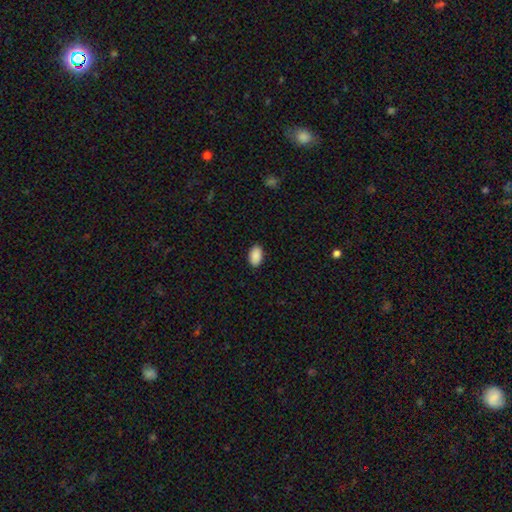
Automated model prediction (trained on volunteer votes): smooth_or_featured: smooth (p=0.91) [alt: star or artifact p=0.07]
how_rounded: in between (p=0.93) [alt: round p=0.06]
merging: none (p=0.90) [alt: minor disturbance p=0.08]